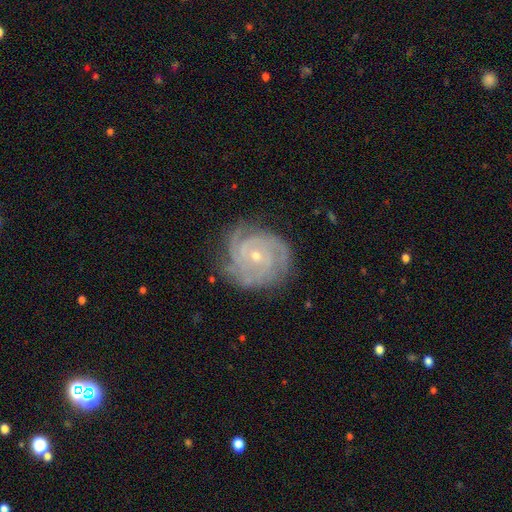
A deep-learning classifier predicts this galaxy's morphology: The model was most divided on "spiral arm count": 3: 34%, 4: 21%, can't tell: 18%, 2: 14%, more than 4: 7%, 1: 6%. More confident: spiral arms — yes (98%); edge-on disk — no (98%); smooth or featured — featured or disk (88%); spiral winding — tight (77%); merging — none (77%); bar — no (72%); bulge size — small (70%).